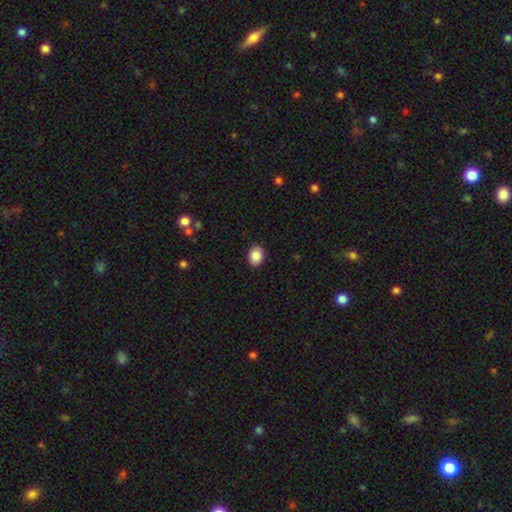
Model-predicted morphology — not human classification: Smooth or featured? Predicted: smooth (p=0.88). How rounded? Predicted: in between (p=0.60). Merging? Predicted: none (p=0.90).